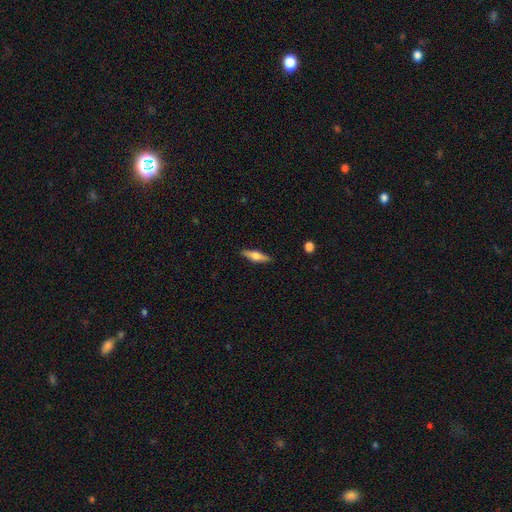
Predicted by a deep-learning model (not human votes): smooth_or_featured: smooth (p=0.55) [alt: featured or disk p=0.39]
how_rounded: cigar-shaped (p=0.66) [alt: in between p=0.32]
merging: none (p=0.88) [alt: minor disturbance p=0.09]